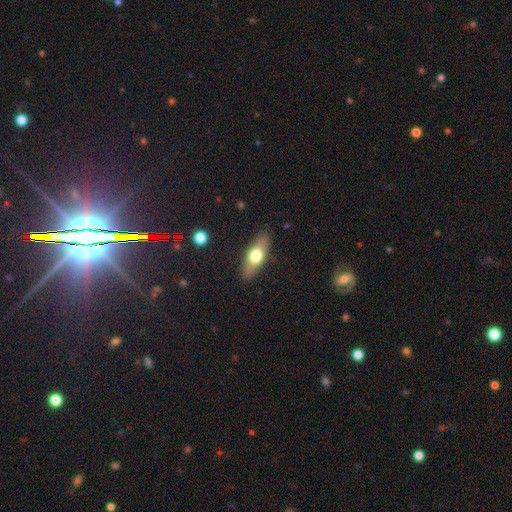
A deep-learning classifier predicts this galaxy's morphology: This is likely a smooth galaxy (62%). How rounded: likely in between (67%). Merging: clearly none (86%).